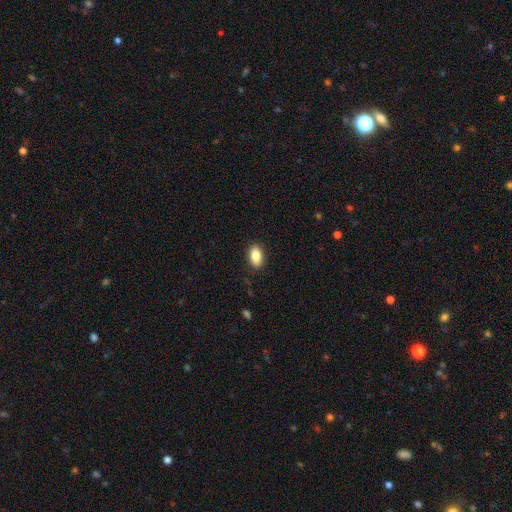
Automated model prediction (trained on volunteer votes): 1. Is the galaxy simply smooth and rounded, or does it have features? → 85% smooth, 8% featured or disk, 7% star or artifact.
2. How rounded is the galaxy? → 90% in between, 5% round, 5% cigar-shaped.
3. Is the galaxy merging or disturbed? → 89% none, 8% minor disturbance, 2% major disturbance, 1% merger.